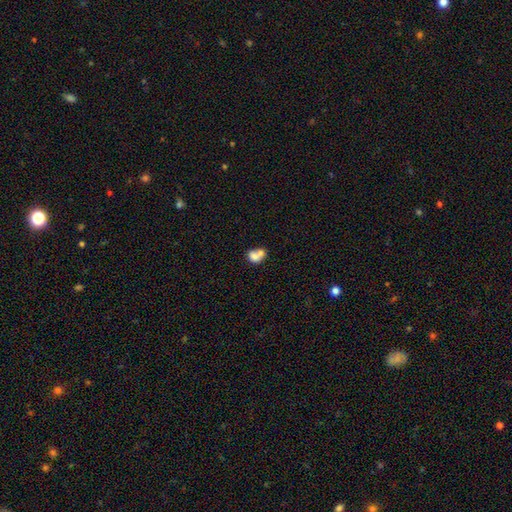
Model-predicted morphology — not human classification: A smooth galaxy with no disk features (73%) that is in between round and cigar-shaped (56%).

Vote fractions:
- Smooth or featured? smooth: 73% / featured or disk: 18% / star or artifact: 9%
- How rounded? in between: 56% / round: 43% / cigar-shaped: 1%
- Merging? merger: 67% / none: 20% / minor disturbance: 8% / major disturbance: 5%